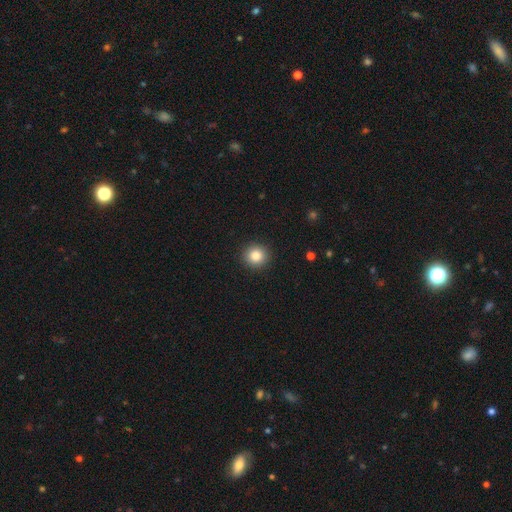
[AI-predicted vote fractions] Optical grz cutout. It shows a smooth galaxy with no disk features (84%) that is round (92%). Merging: none (92%).